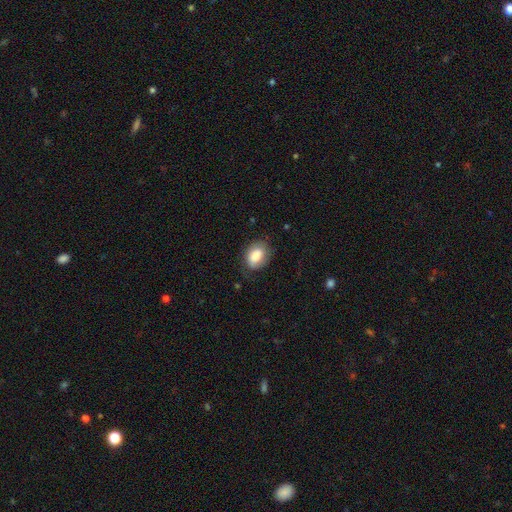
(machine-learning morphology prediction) smooth 80%, featured or disk 13%, star or artifact 7%. Down the decision tree: how rounded — in between (78%); merging — none (70%).